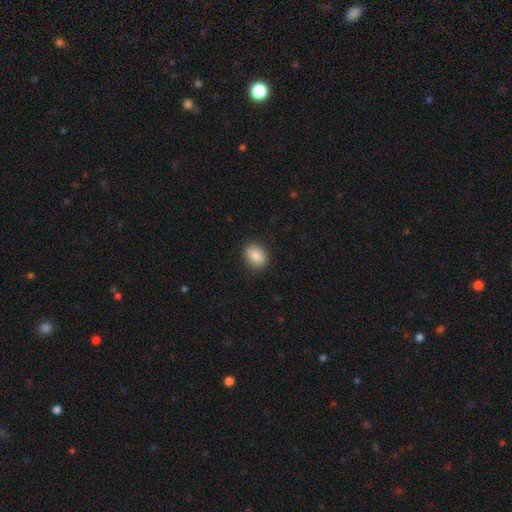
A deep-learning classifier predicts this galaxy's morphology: A smooth galaxy with no disk features (87%) that is in between round and cigar-shaped (56%).

Vote fractions:
- Smooth or featured? smooth: 87% / star or artifact: 8% / featured or disk: 6%
- How rounded? in between: 56% / round: 43% / cigar-shaped: 1%
- Merging? none: 89% / minor disturbance: 8% / major disturbance: 2% / merger: 1%